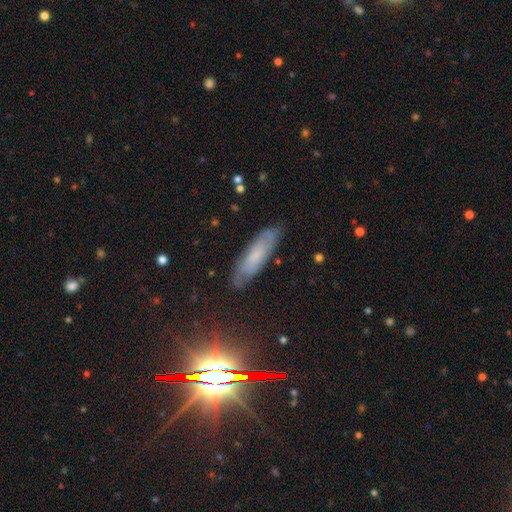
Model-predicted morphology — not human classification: A featured or disk galaxy (44%). Merging: none (80%).